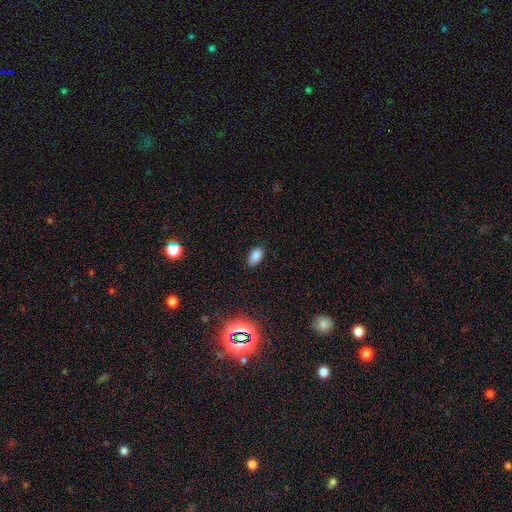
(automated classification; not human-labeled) A smooth galaxy with no disk features (84%) that is in between round and cigar-shaped (92%).

Vote fractions:
- Smooth or featured? smooth: 84% / star or artifact: 11% / featured or disk: 4%
- How rounded? in between: 92% / round: 6% / cigar-shaped: 2%
- Merging? none: 84% / minor disturbance: 13% / major disturbance: 2% / merger: 1%